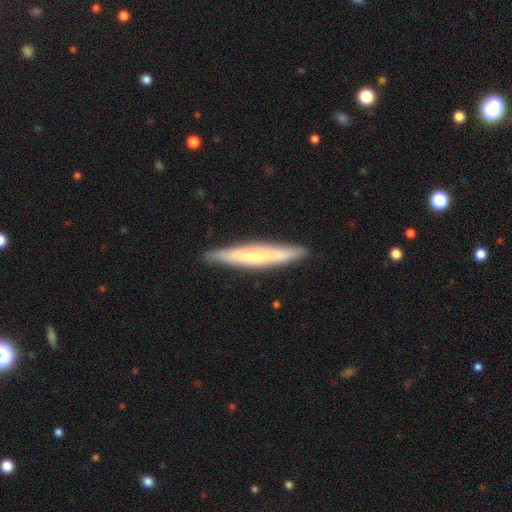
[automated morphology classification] A featured or disk galaxy (47%, tied with smooth). Merging: none (88%).